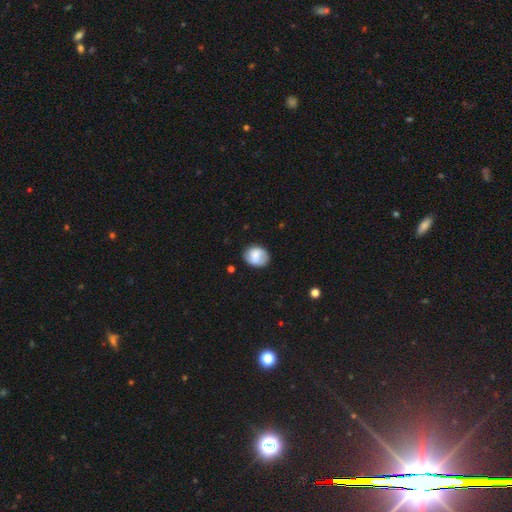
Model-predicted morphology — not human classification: Smooth or featured?
  - smooth: 70% *
  - featured or disk: 22%
  - star or artifact: 8%
How rounded?
  - round: 53% *
  - in between: 46%
  - cigar-shaped: 1%
Merging?
  - none: 74% *
  - minor disturbance: 19%
  - major disturbance: 5%
  - merger: 2%